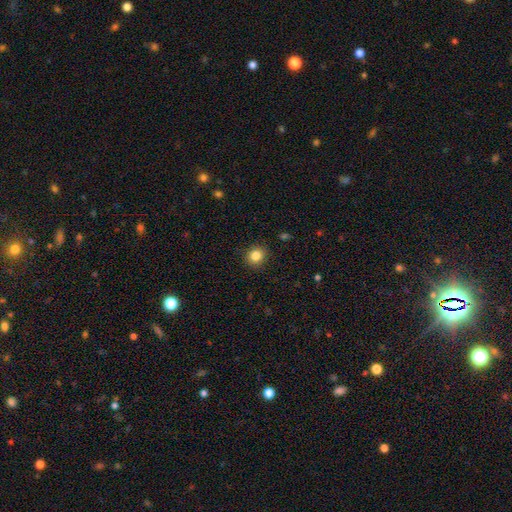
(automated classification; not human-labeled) Smooth or featured: smooth — 84% (star or artifact — 11%)
How rounded: round — 82% (in between — 17%)
Merging: none — 90% (minor disturbance — 7%)